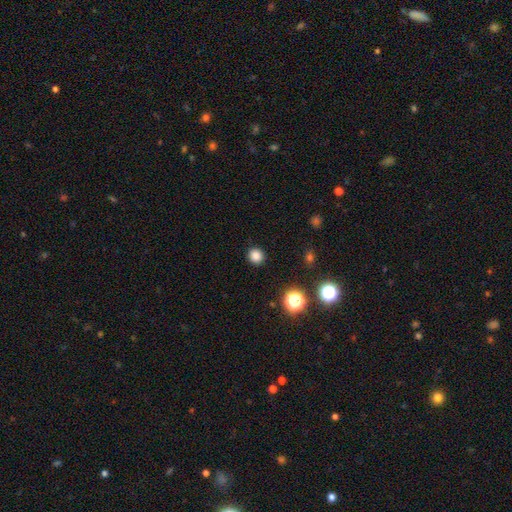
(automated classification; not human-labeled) smooth 83%, star or artifact 14%, featured or disk 3%. Down the decision tree: how rounded — round (92%); merging — none (92%).